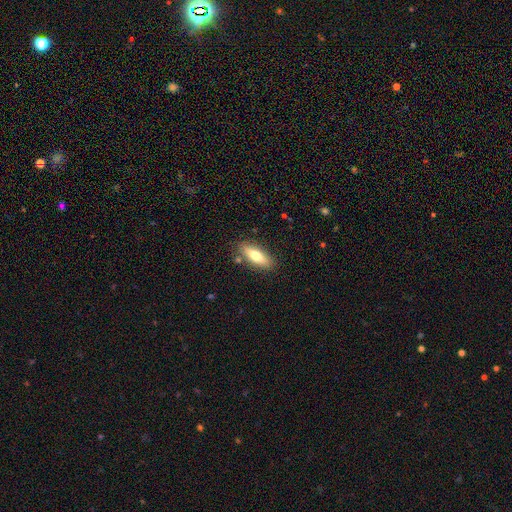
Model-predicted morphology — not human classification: This appears to be a smooth galaxy with no disk features (70%) that is in between round and cigar-shaped (64%). Merging: none (83%).